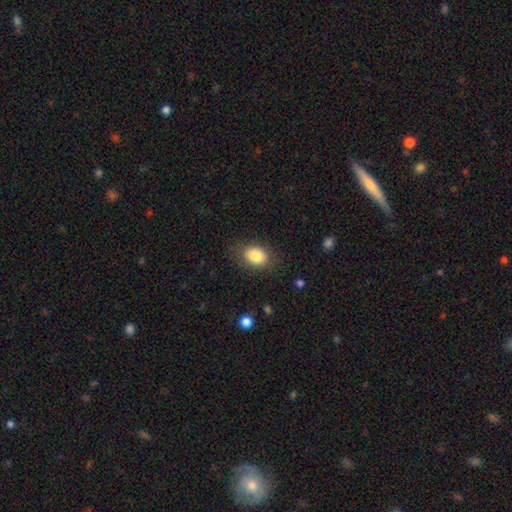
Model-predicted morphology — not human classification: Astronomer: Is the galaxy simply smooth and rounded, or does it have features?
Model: smooth — 85%.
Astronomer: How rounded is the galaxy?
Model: in between — 74%.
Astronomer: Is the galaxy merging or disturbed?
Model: none — 79%.